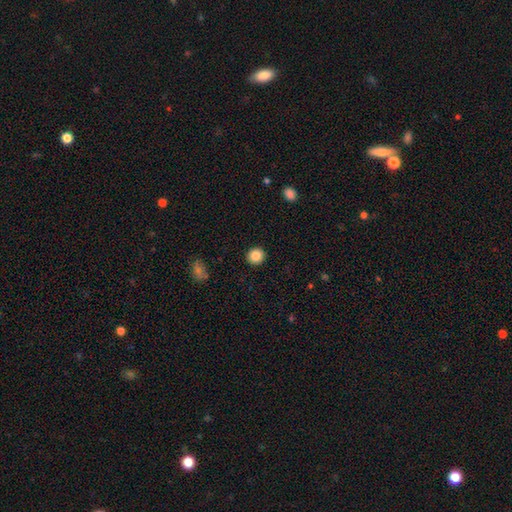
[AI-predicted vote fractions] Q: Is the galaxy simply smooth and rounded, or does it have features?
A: smooth — 86%.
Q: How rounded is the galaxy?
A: round — 90%.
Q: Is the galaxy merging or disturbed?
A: none — 92%.